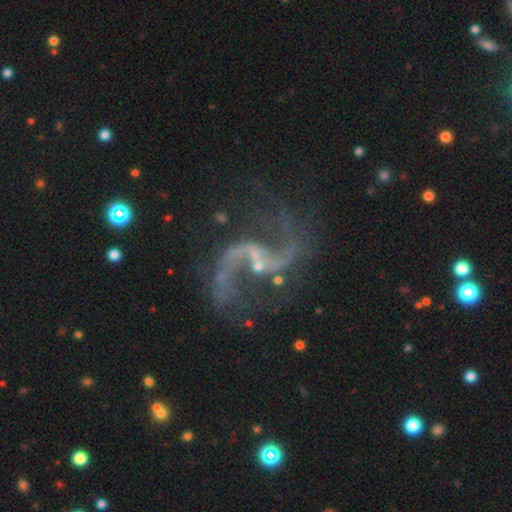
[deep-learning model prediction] A featured or disk galaxy (92%) with a weak bar (44%), 2 (94%) loose (83%) spiral arms (97%) and a small central bulge (66%).

Vote fractions:
- Smooth or featured? featured or disk: 92% / star or artifact: 6% / smooth: 2%
- Edge-on disk? no: 98% / yes: 2%
- Bar? weak: 44% / no: 41% / strong: 15%
- Spiral arms? yes: 97% / no: 3%
- Spiral winding? loose: 83% / medium: 14% / tight: 3%
- Spiral arm count? 2: 94% / 1: 1% / can't tell: 1% / 3: 1% / 4: 1% / more than 4: 1%
- Bulge size? small: 66% / none: 24% / moderate: 8% / large: 1% / dominant: 1%
- Merging? none: 66% / minor disturbance: 17% / major disturbance: 13% / merger: 5%